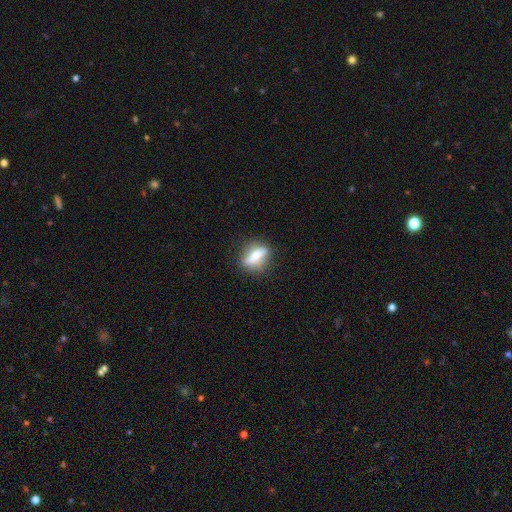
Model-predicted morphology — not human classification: This appears to be a featured or disk galaxy (49%). Merging: none (82%).